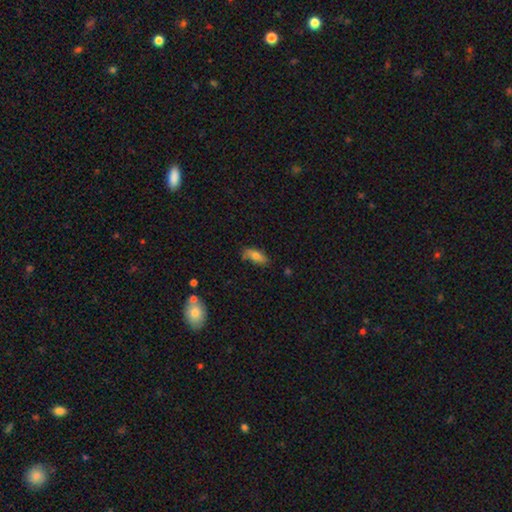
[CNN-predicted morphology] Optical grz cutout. It shows a smooth galaxy with no disk features (73%) that is in between round and cigar-shaped (78%). Merging: none (65%).